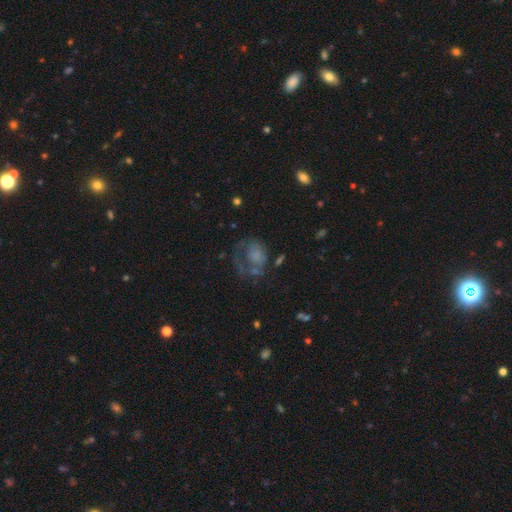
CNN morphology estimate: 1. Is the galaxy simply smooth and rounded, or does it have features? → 45% smooth, 40% featured or disk, 14% star or artifact.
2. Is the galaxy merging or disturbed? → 45% major disturbance, 30% none, 19% minor disturbance, 6% merger.